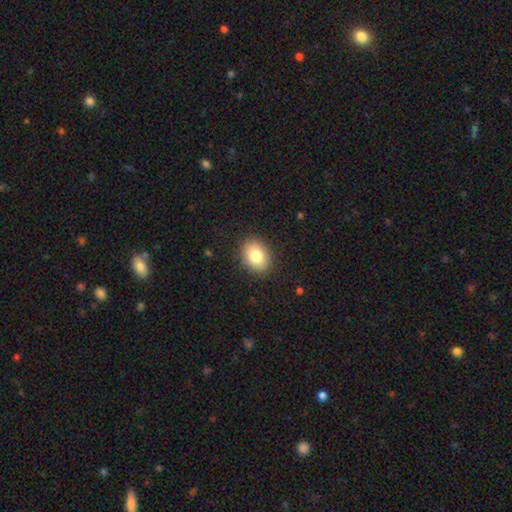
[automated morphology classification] smooth-or-featured: smooth: 81% | featured or disk: 10% | star or artifact: 8%
  how-rounded: in between: 64% | round: 35% | cigar-shaped: 1%
  merging: none: 88% | minor disturbance: 8% | major disturbance: 2% | merger: 1%